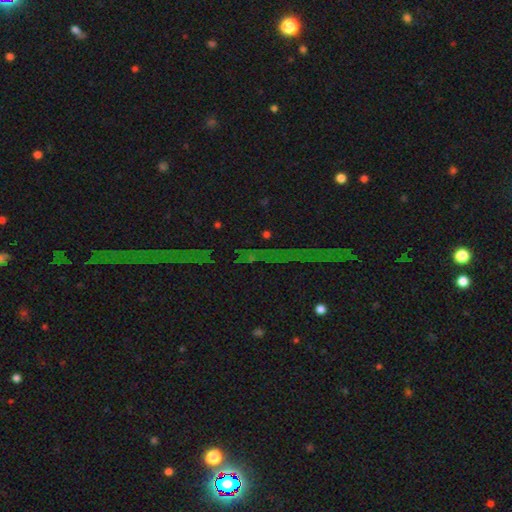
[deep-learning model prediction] Overall: star or artifact (75%).